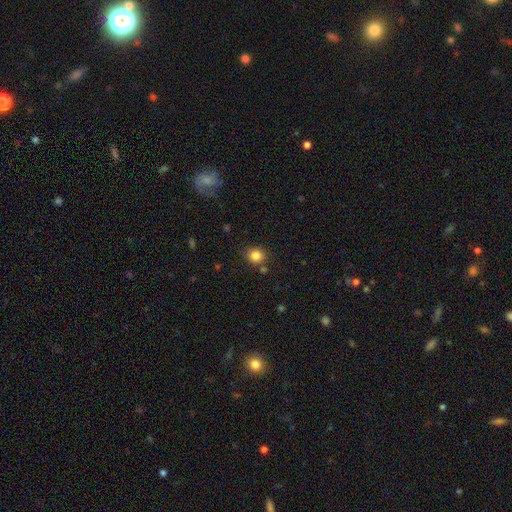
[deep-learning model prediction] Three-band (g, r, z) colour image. It shows a smooth galaxy with no disk features (83%) that is round (76%). Merging: none (81%).